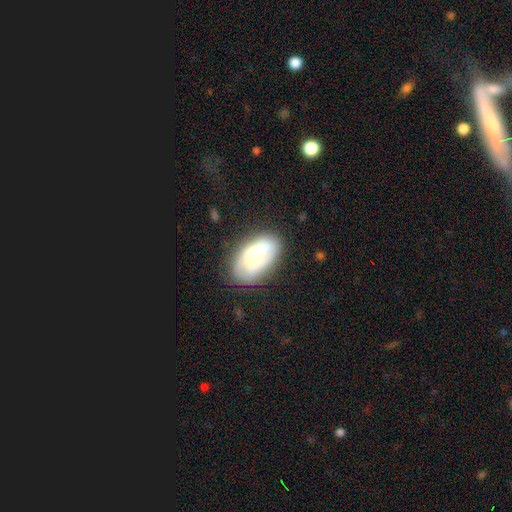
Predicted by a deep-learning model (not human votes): featured or disk 52%, smooth 40%, star or artifact 8%. Down the decision tree: edge-on disk — no (95%); merging — none (67%).